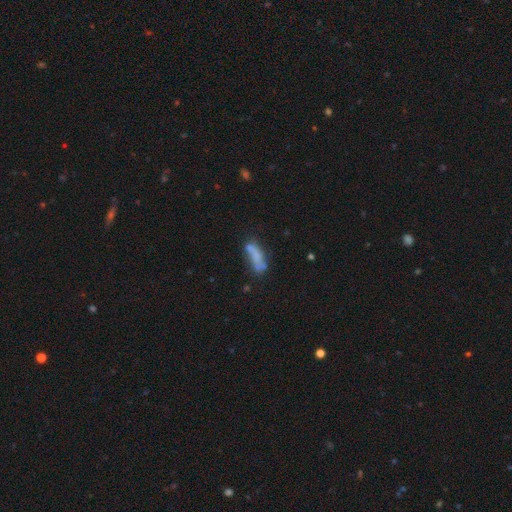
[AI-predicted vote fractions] smooth-or-featured: smooth: 57% | featured or disk: 32% | star or artifact: 12%
  how-rounded: in between: 55% | cigar-shaped: 42% | round: 3%
  merging: none: 37% | merger: 23% | minor disturbance: 22% | major disturbance: 17%